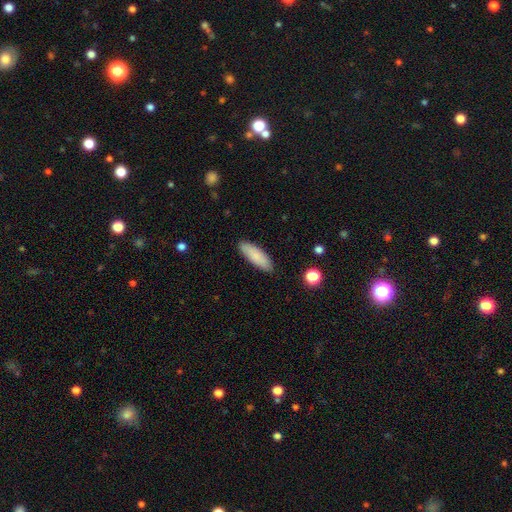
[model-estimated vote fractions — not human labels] smooth-or-featured: smooth: 85% | featured or disk: 9% | star or artifact: 6%
  how-rounded: in between: 55% | cigar-shaped: 44% | round: 1%
  merging: none: 87% | minor disturbance: 10% | major disturbance: 2% | merger: 1%